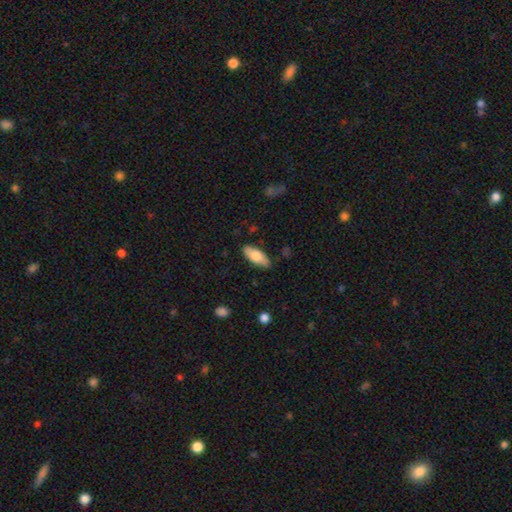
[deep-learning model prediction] smooth-or-featured: smooth: 79% | featured or disk: 16% | star or artifact: 6%
  how-rounded: in between: 79% | cigar-shaped: 19% | round: 2%
  merging: none: 83% | minor disturbance: 13% | major disturbance: 2% | merger: 1%